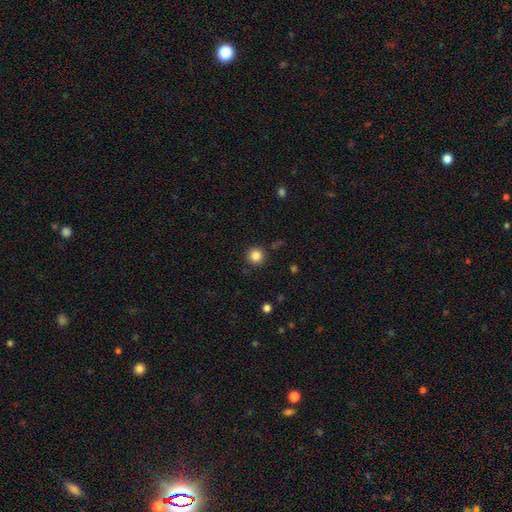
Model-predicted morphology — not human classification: Smooth or featured: smooth — 84% (star or artifact — 11%)
How rounded: round — 95% (in between — 4%)
Merging: none — 90% (minor disturbance — 6%)